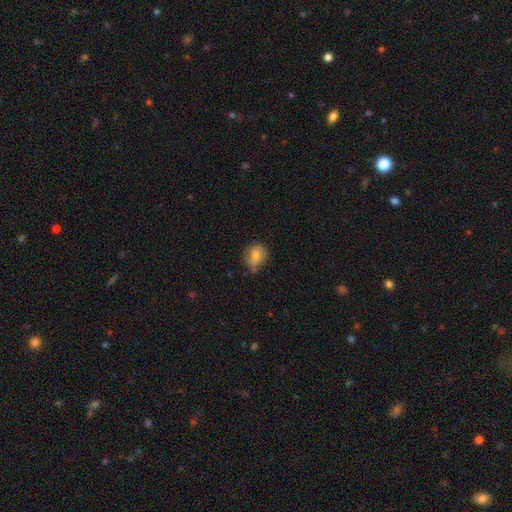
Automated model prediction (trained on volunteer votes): This is likely a smooth galaxy (73%). How rounded: likely round (61%). Merging: likely none (61%).